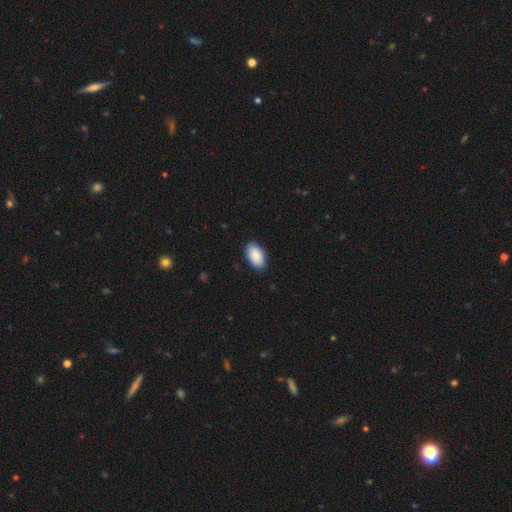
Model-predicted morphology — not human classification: This is clearly a smooth galaxy (90%). How rounded: clearly in between (95%). Merging: clearly none (89%).